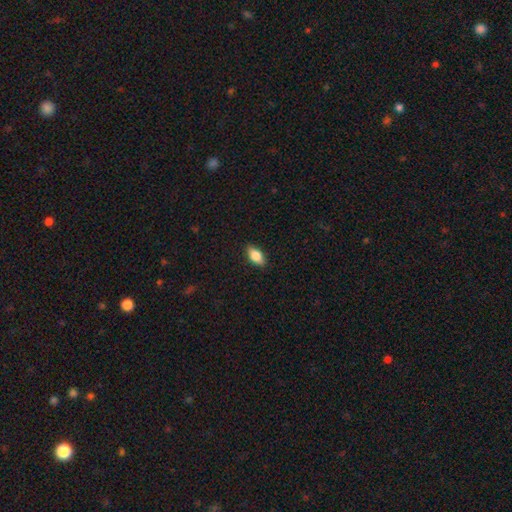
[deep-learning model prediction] A smooth galaxy with no disk features (80%) that is in between round and cigar-shaped (88%).

Vote fractions:
- Smooth or featured? smooth: 80% / featured or disk: 12% / star or artifact: 7%
- How rounded? in between: 88% / cigar-shaped: 9% / round: 4%
- Merging? none: 88% / minor disturbance: 9% / major disturbance: 2% / merger: 1%